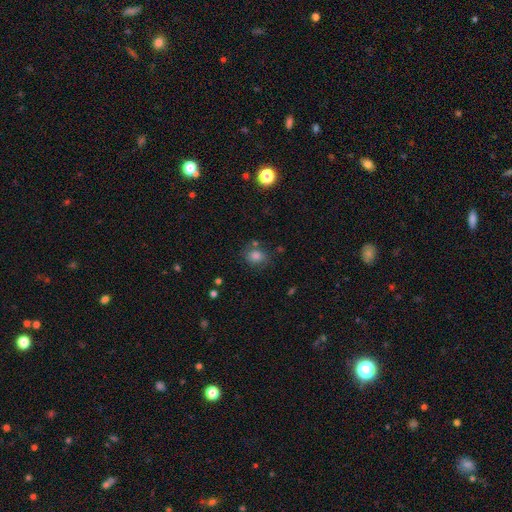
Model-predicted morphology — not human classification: Q: Smooth or featured?
A: smooth (80%); runner-up: star or artifact (12%)
Q: How rounded?
A: in between (54%); runner-up: round (45%)
Q: Merging?
A: none (70%); runner-up: minor disturbance (17%)